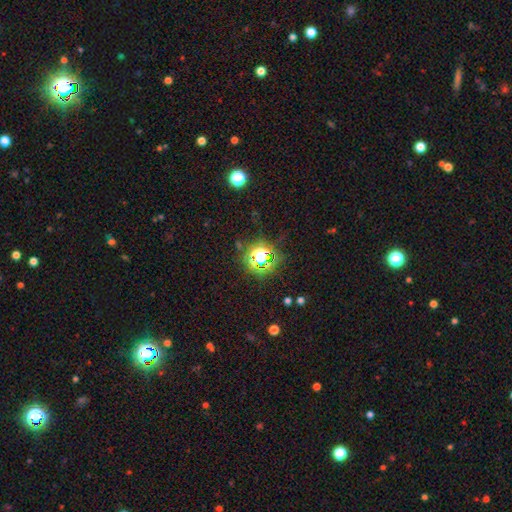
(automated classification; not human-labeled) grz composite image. It shows a star or artifact, not a galaxy (75%).